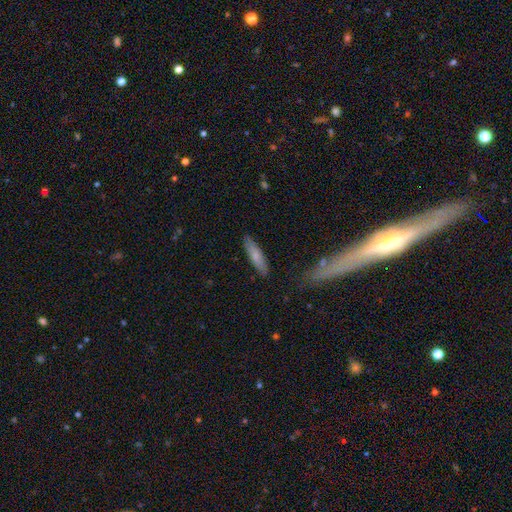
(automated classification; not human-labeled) A smooth galaxy with no disk features (76%) that is cigar-shaped (75%).

Vote fractions:
- Smooth or featured? smooth: 76% / featured or disk: 18% / star or artifact: 6%
- How rounded? cigar-shaped: 75% / in between: 23% / round: 1%
- Merging? none: 85% / minor disturbance: 11% / major disturbance: 2% / merger: 2%